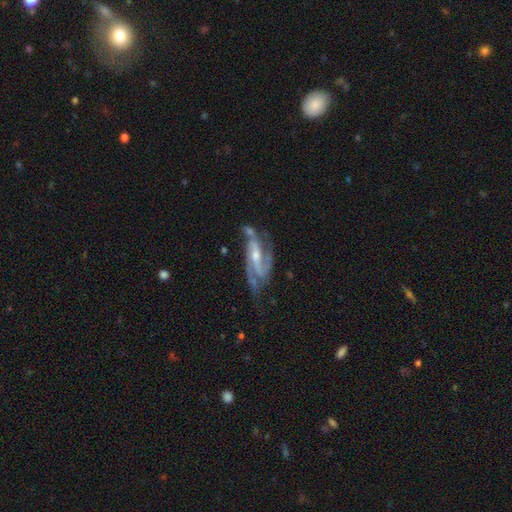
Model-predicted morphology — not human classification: Smooth or featured? Predicted: featured or disk (p=0.88). Edge-on disk? Predicted: no (p=0.92). Bar? Predicted: weak (p=0.41). Spiral arms? Predicted: yes (p=0.97). Spiral winding? Predicted: medium (p=0.51). Spiral arm count? Predicted: 2 (p=0.64). Bulge size? Predicted: small (p=0.52). Merging? Predicted: none (p=0.53).